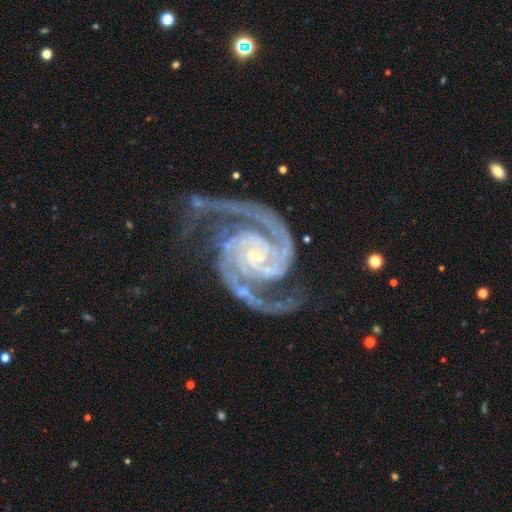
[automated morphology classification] A featured or disk galaxy (94%) with no bar (61%), 2 (86%) tight (51%) spiral arms (99%) and a small central bulge (77%).

Vote fractions:
- Smooth or featured? featured or disk: 94% / star or artifact: 4% / smooth: 2%
- Edge-on disk? no: 98% / yes: 2%
- Bar? no: 61% / weak: 25% / strong: 14%
- Spiral arms? yes: 99% / no: 1%
- Spiral winding? tight: 51% / medium: 43% / loose: 6%
- Spiral arm count? 2: 86% / 3: 6% / can't tell: 2% / 4: 2% / 1: 2% / more than 4: 2%
- Bulge size? small: 77% / moderate: 19% / none: 2% / large: 1% / dominant: 1%
- Merging? none: 67% / minor disturbance: 18% / major disturbance: 12% / merger: 4%